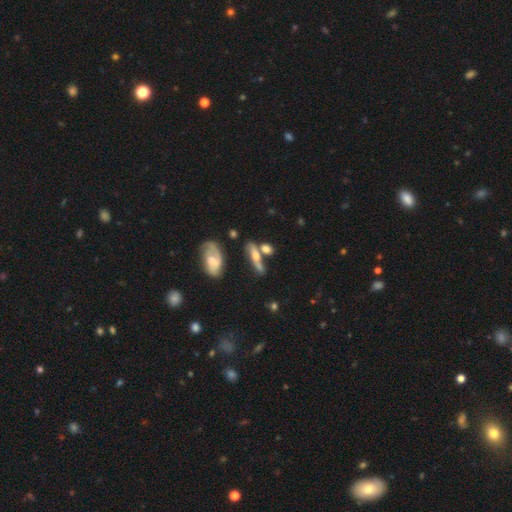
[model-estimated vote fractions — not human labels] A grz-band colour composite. It shows a featured or disk galaxy (48%). Merging: none (55%).